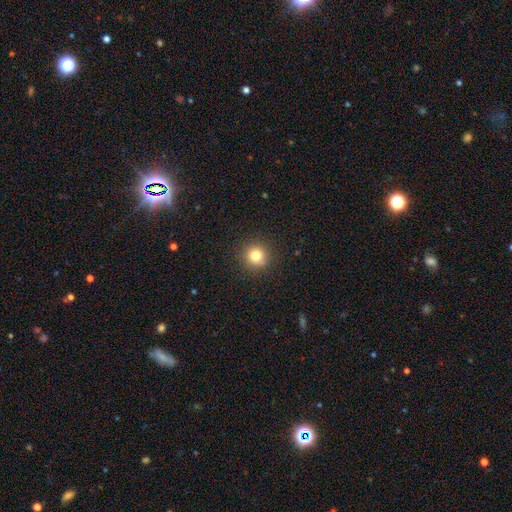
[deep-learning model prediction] A smooth galaxy with no disk features (80%) that is round (94%).

Vote fractions:
- Smooth or featured? smooth: 80% / star or artifact: 13% / featured or disk: 7%
- How rounded? round: 94% / in between: 5% / cigar-shaped: 1%
- Merging? none: 91% / minor disturbance: 6% / major disturbance: 2% / merger: 1%